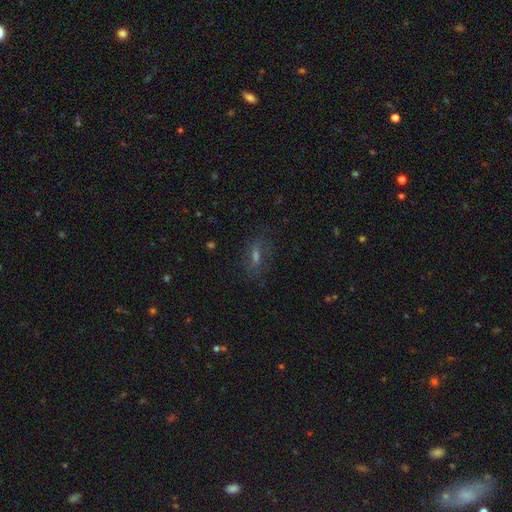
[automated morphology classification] smooth_or_featured: smooth (p=0.40) [alt: featured or disk p=0.33]
merging: none (p=0.73) [alt: minor disturbance p=0.16]